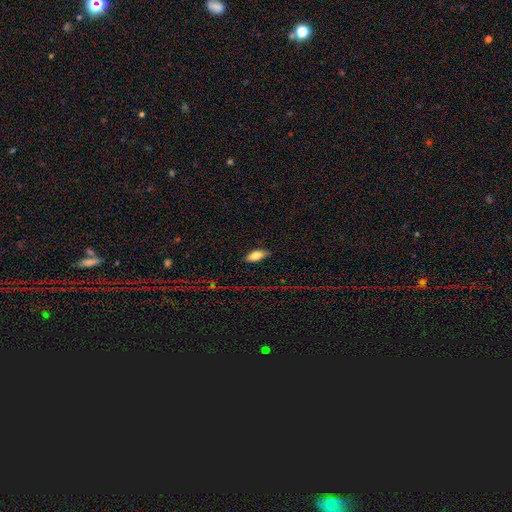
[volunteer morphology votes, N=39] type=smooth (72%); roundness=in between (93%); merging=none (94%).